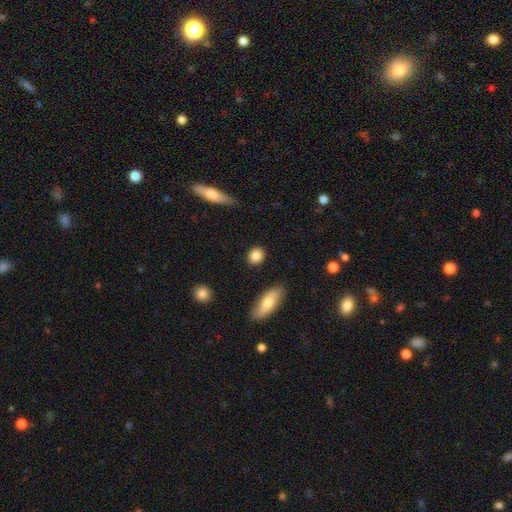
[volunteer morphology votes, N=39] Smooth or featured? smooth (95%)
How rounded? round (86%)
Merging? none (92%)